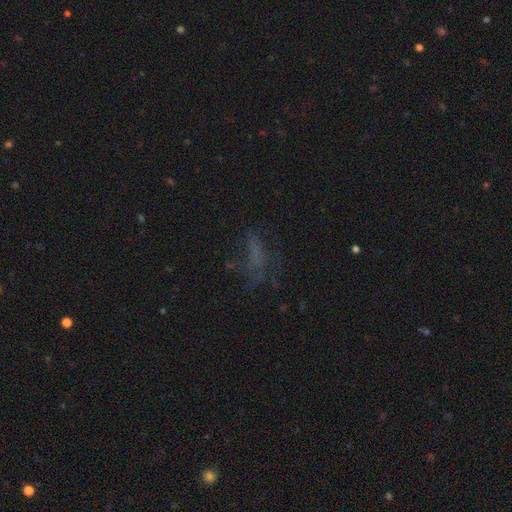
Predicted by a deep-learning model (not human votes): smooth_or_featured: smooth (p=0.36) [alt: featured or disk p=0.32]
merging: none (p=0.48) [alt: major disturbance p=0.30]